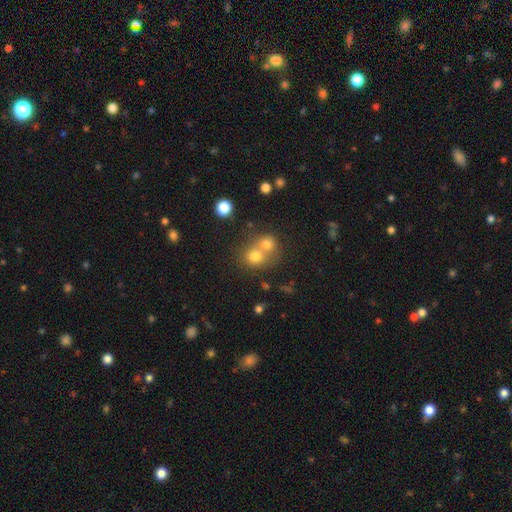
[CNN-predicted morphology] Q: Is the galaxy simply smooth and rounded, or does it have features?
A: smooth — 72%.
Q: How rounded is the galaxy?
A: round — 80%.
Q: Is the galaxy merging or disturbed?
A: merger — 55%.